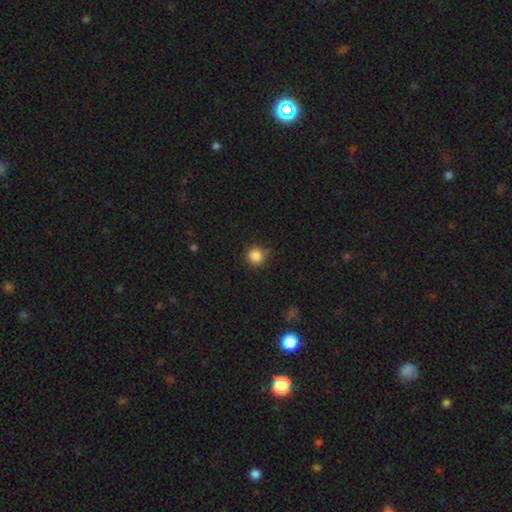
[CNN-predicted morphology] Smooth or featured?
  - smooth: 86% *
  - star or artifact: 11%
  - featured or disk: 3%
How rounded?
  - round: 94% *
  - in between: 5%
  - cigar-shaped: 1%
Merging?
  - none: 84% *
  - minor disturbance: 11%
  - major disturbance: 3%
  - merger: 2%